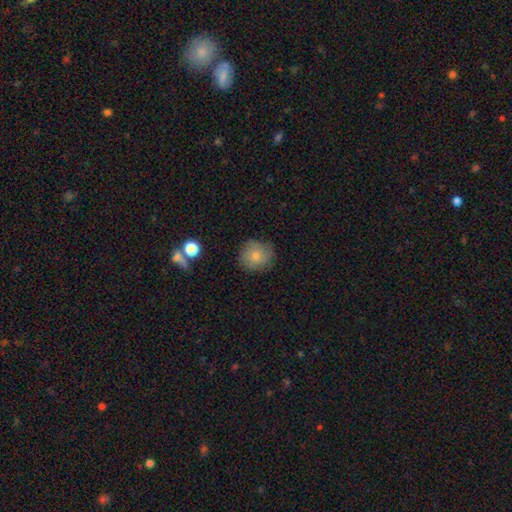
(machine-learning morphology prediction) This appears to be a smooth galaxy with no disk features (77%) that is round (90%). Merging: none (77%).